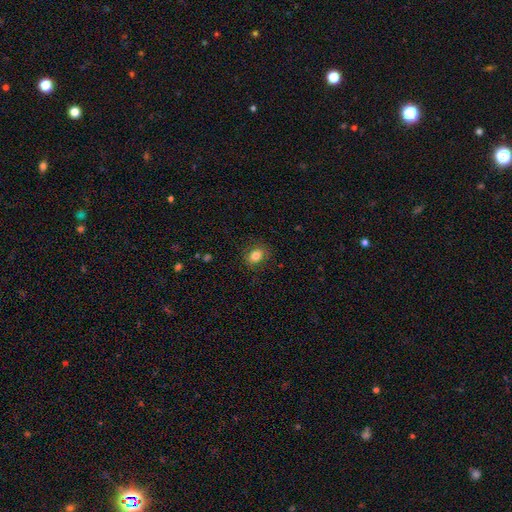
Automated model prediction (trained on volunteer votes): Q: Smooth or featured?
A: smooth (82%); runner-up: star or artifact (11%)
Q: How rounded?
A: in between (52%); runner-up: round (47%)
Q: Merging?
A: none (86%); runner-up: minor disturbance (10%)